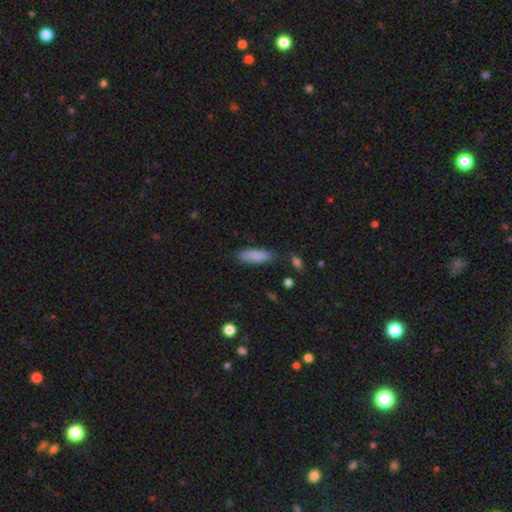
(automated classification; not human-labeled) A smooth galaxy with no disk features (86%) that is cigar-shaped (49%, tied with in between).

Vote fractions:
- Smooth or featured? smooth: 86% / featured or disk: 7% / star or artifact: 7%
- How rounded? cigar-shaped: 49% (tied) / in between: 49% (tied) / round: 2%
- Merging? none: 79% / minor disturbance: 15% / major disturbance: 3% / merger: 3%